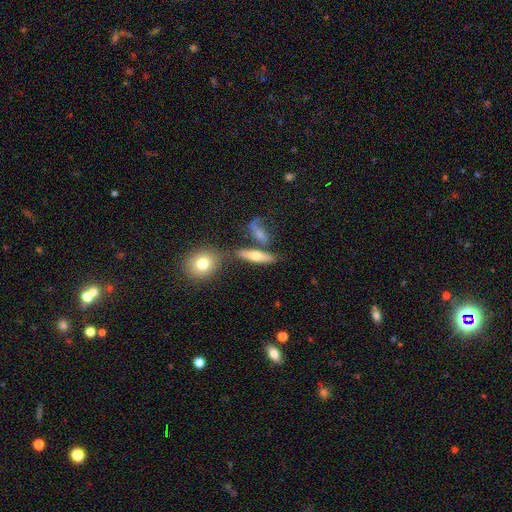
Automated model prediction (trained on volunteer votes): This is possibly a smooth galaxy (52%). How rounded: likely cigar-shaped (62%). Merging: likely none (61%).